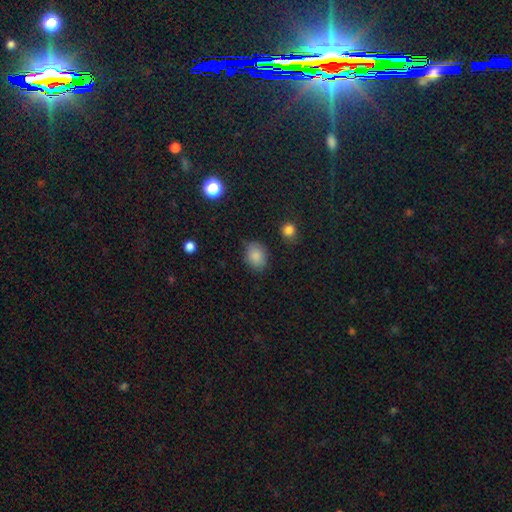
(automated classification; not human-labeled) Overall: smooth (86%). How rounded: in between (60%; round 39%). Merging: none (72%).